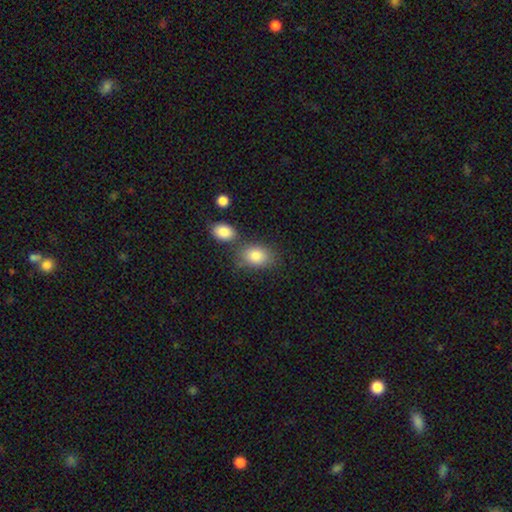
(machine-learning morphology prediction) smooth 84%, featured or disk 8%, star or artifact 8%. Down the decision tree: how rounded — in between (77%); merging — none (62%).